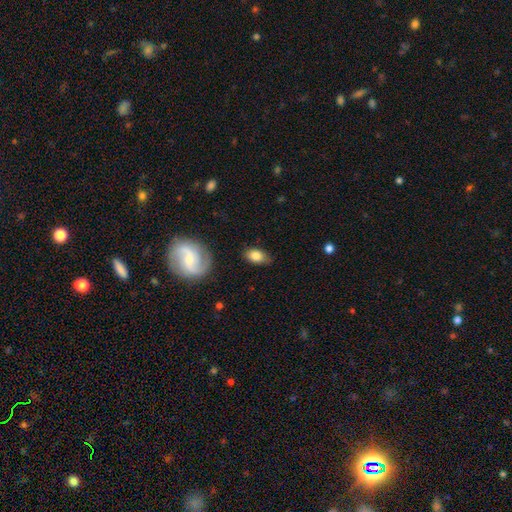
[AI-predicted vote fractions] This is likely a smooth galaxy (78%). How rounded: clearly in between (86%). Merging: clearly none (80%).